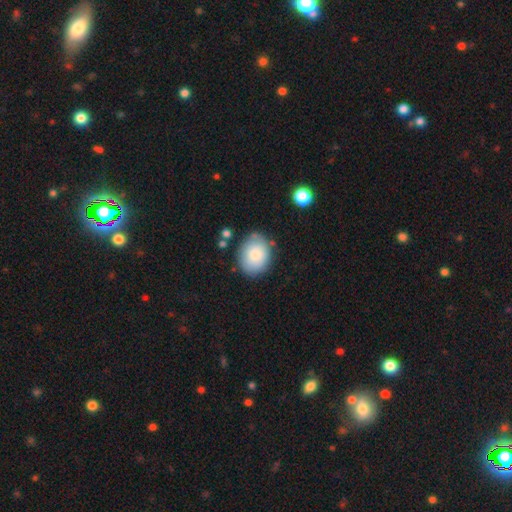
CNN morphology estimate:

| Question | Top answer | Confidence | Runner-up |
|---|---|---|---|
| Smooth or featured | smooth | 82% | featured or disk (12%) |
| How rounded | in between | 57% | round (42%) |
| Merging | none | 75% | minor disturbance (17%) |